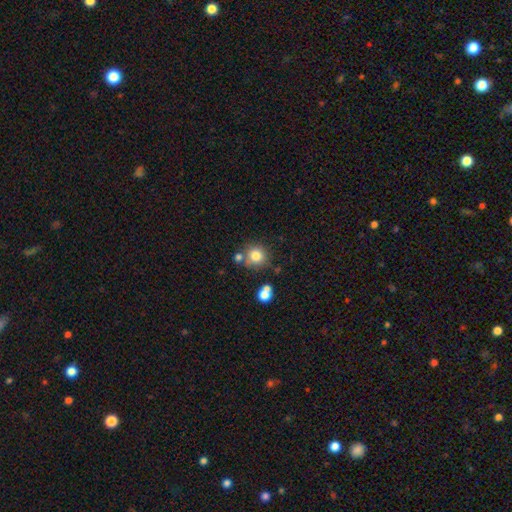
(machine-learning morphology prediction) This is likely a smooth galaxy (79%). How rounded: clearly round (90%). Merging: likely none (70%).